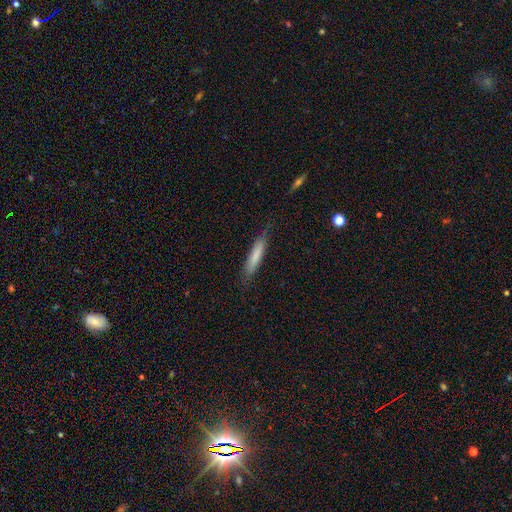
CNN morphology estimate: Q: Smooth or featured?
A: smooth (76%); runner-up: featured or disk (19%)
Q: How rounded?
A: cigar-shaped (89%); runner-up: in between (10%)
Q: Merging?
A: none (82%); runner-up: minor disturbance (14%)